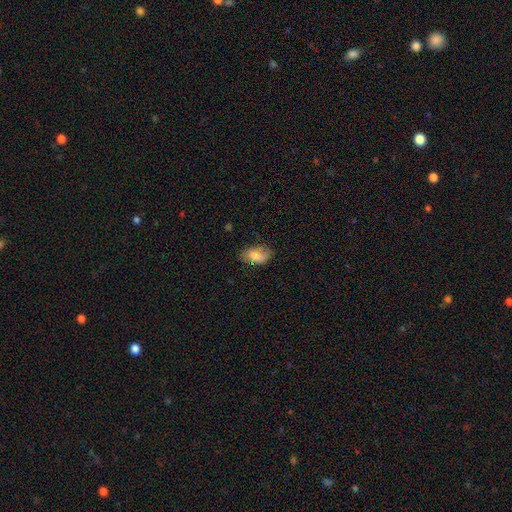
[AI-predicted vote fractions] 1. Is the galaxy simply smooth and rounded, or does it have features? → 75% smooth, 17% featured or disk, 8% star or artifact.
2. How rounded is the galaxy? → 92% in between, 6% round, 2% cigar-shaped.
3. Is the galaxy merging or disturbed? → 65% none, 26% minor disturbance, 8% major disturbance, 2% merger.